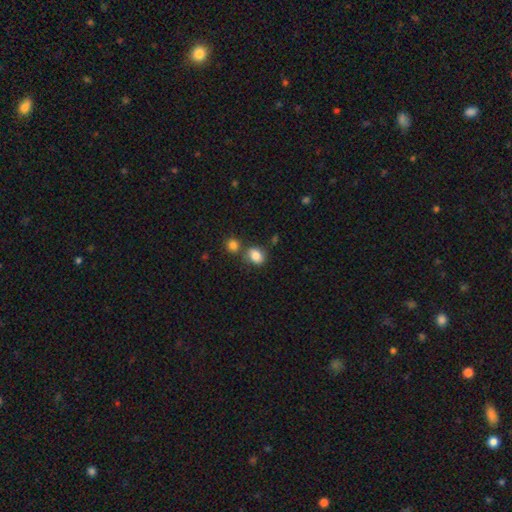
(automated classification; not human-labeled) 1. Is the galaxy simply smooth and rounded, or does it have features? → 82% smooth, 10% star or artifact, 8% featured or disk.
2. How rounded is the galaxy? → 57% in between, 42% round, 1% cigar-shaped.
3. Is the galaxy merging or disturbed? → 63% none, 18% merger, 15% minor disturbance, 4% major disturbance.